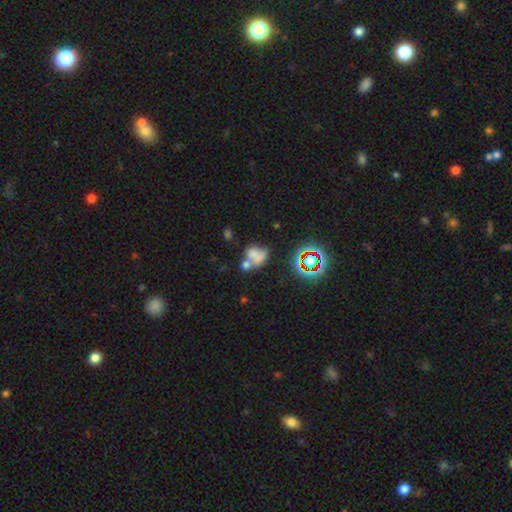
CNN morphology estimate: The model was most divided on "how rounded": in between: 56%, round: 42%, cigar-shaped: 2%. More confident: smooth or featured — smooth (57%); merging — merger (52%).